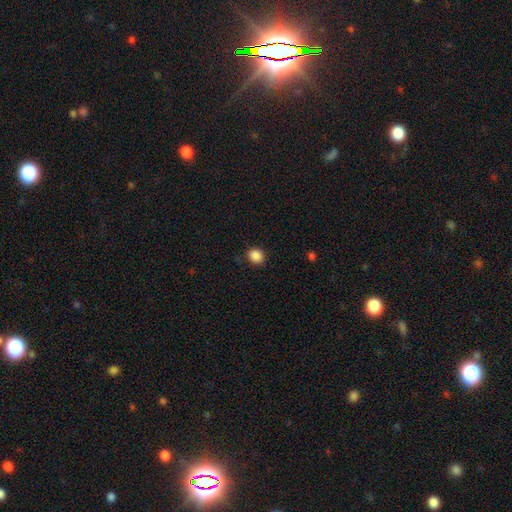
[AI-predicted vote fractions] The model was most divided on "how rounded": round: 75%, in between: 25%, cigar-shaped: 1%. More confident: merging — none (88%); smooth or featured — smooth (87%).